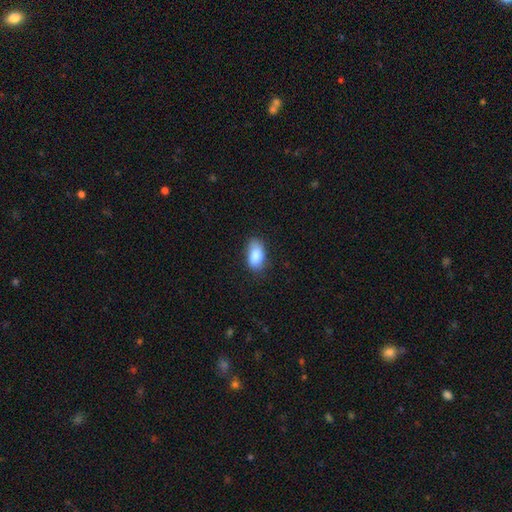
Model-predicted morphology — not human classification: Smooth or featured? smooth (87%)
How rounded? in between (92%)
Merging? none (74%)